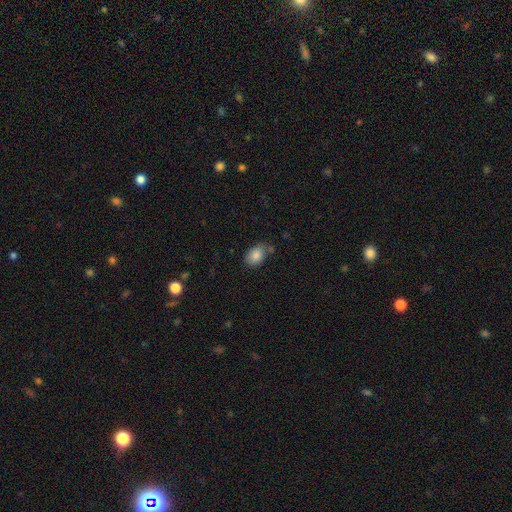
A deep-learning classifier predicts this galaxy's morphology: Q: Smooth or featured?
A: smooth (86%); runner-up: star or artifact (8%)
Q: How rounded?
A: in between (81%); runner-up: round (18%)
Q: Merging?
A: none (68%); runner-up: minor disturbance (21%)